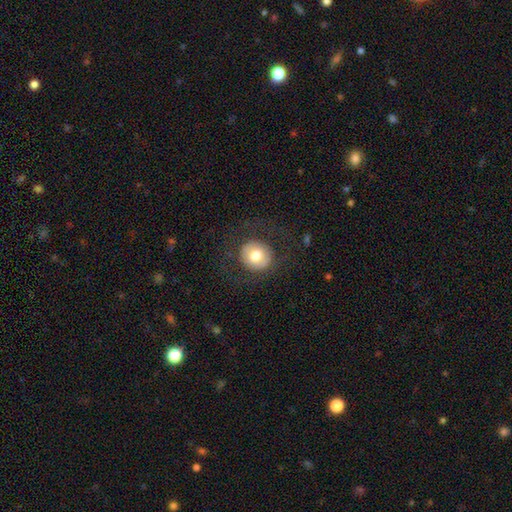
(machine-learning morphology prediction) Q: Smooth or featured?
A: smooth (72%); runner-up: featured or disk (20%)
Q: How rounded?
A: round (90%); runner-up: in between (9%)
Q: Merging?
A: none (81%); runner-up: minor disturbance (9%)